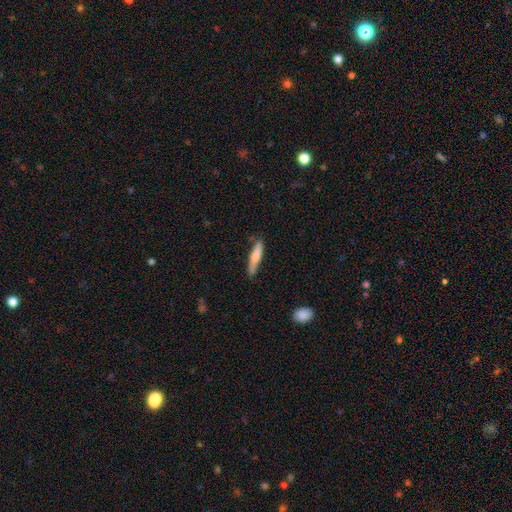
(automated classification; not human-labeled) Morphology: type=smooth (70%); roundness=cigar-shaped (88%); merging=none (76%).